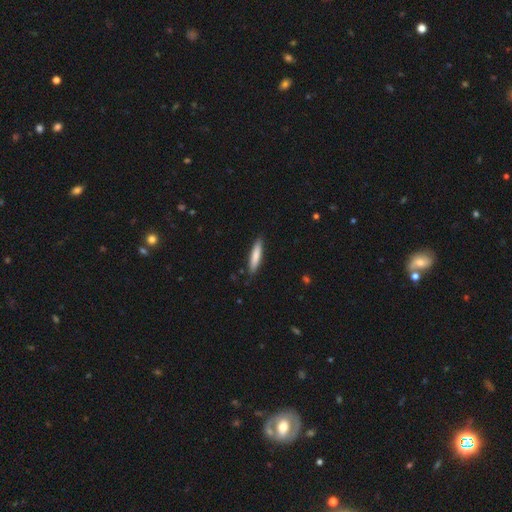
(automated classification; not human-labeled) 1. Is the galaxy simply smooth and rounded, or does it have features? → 79% smooth, 15% featured or disk, 5% star or artifact.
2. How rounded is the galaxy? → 85% cigar-shaped, 14% in between, 1% round.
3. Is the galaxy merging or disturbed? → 87% none, 10% minor disturbance, 2% major disturbance, 1% merger.